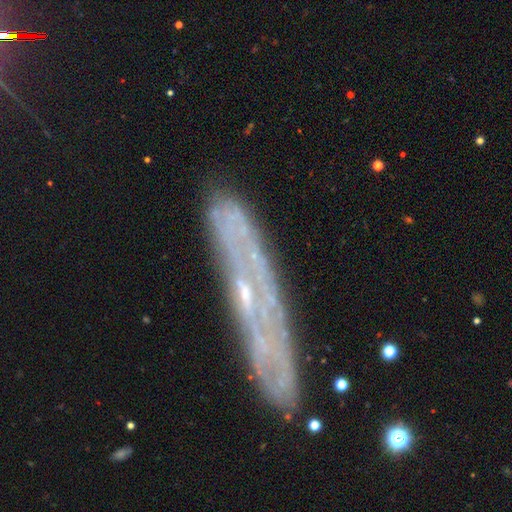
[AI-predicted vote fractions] This is likely a featured or disk galaxy (71%). It is possibly viewed edge-on (59%). Merging: likely none (77%).